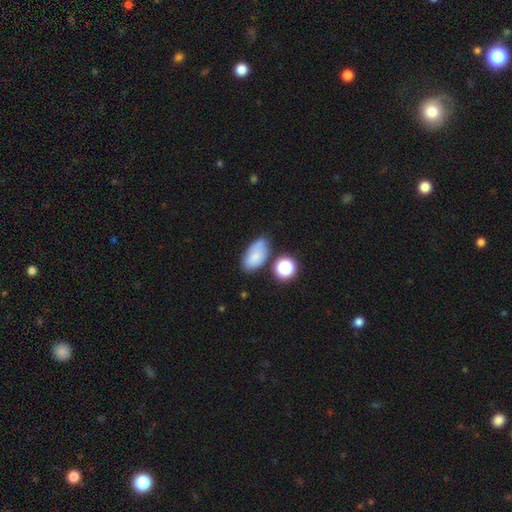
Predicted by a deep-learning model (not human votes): Smooth or featured? smooth (74%)
How rounded? in between (90%)
Merging? none (59%)